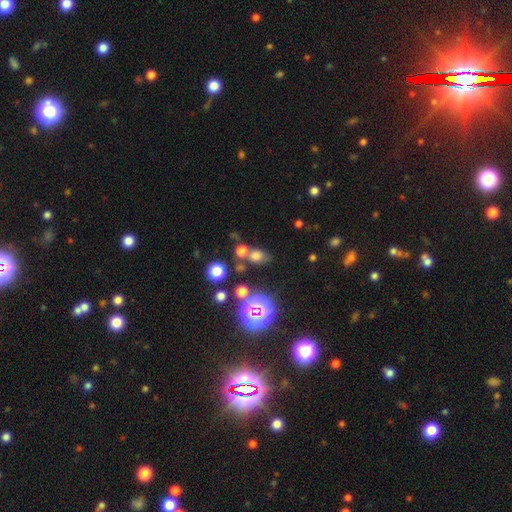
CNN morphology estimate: This appears to be a smooth galaxy with no disk features (62%) that is round (49%, tied with in between). Merging: none (58%).